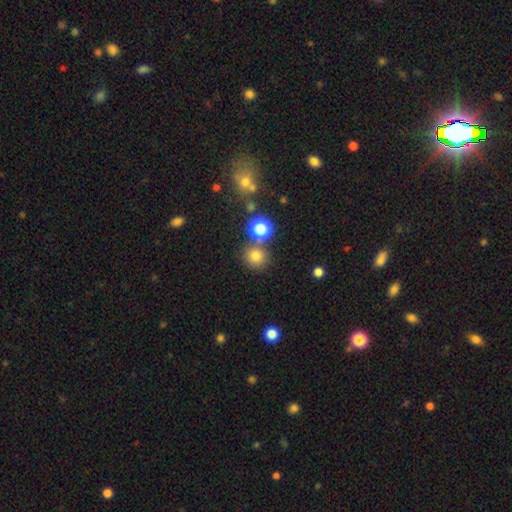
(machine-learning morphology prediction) smooth-or-featured: smooth: 74% | star or artifact: 19% | featured or disk: 7%
  how-rounded: round: 89% | in between: 10% | cigar-shaped: 1%
  merging: none: 72% | merger: 16% | minor disturbance: 8% | major disturbance: 3%